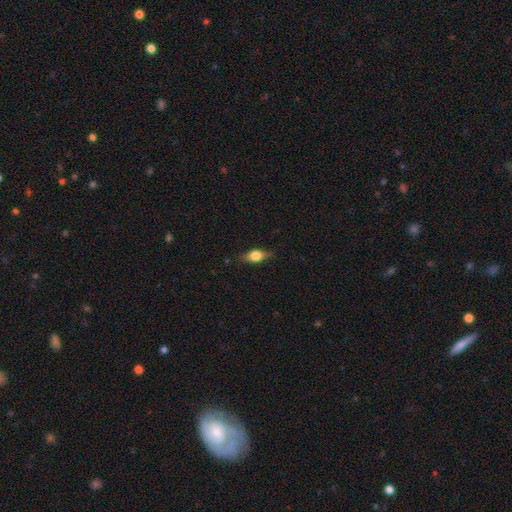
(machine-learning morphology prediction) Smooth or featured?
  - smooth: 61% *
  - featured or disk: 31%
  - star or artifact: 8%
How rounded?
  - in between: 74% *
  - cigar-shaped: 16%
  - round: 11%
Merging?
  - none: 79% *
  - minor disturbance: 16%
  - major disturbance: 3%
  - merger: 1%